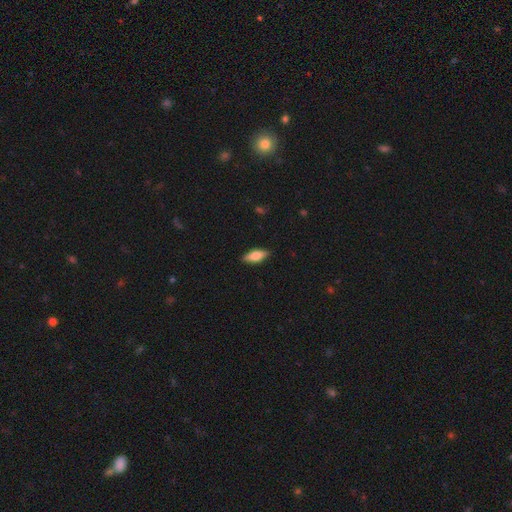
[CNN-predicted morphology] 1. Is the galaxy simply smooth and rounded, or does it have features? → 68% smooth, 26% featured or disk, 6% star or artifact.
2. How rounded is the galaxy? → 69% in between, 28% cigar-shaped, 3% round.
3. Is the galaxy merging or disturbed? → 88% none, 9% minor disturbance, 2% major disturbance, 1% merger.